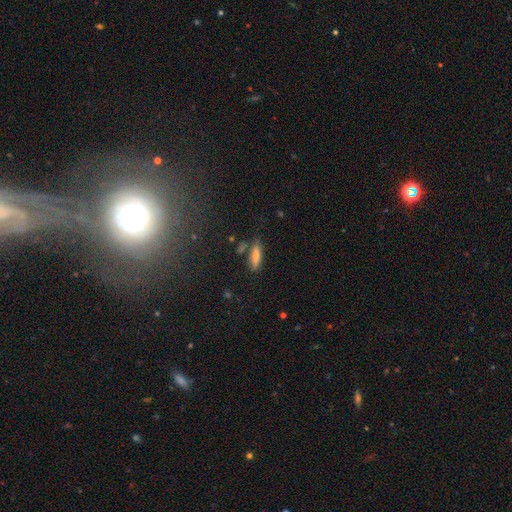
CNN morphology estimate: The model was most divided on "how rounded": cigar-shaped: 63%, in between: 35%, round: 2%. More confident: merging — none (74%); smooth or featured — smooth (73%).